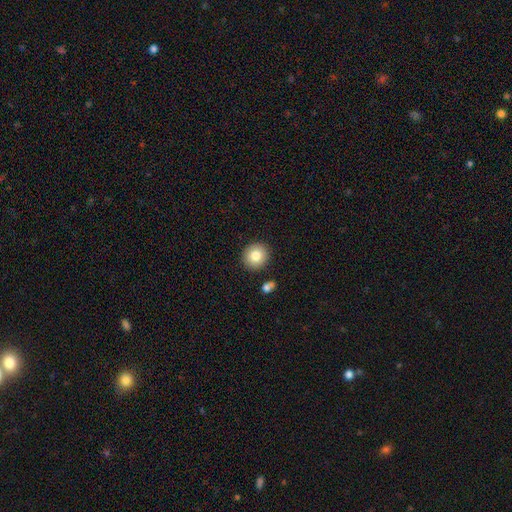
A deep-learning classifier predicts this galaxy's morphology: This is clearly a smooth galaxy (81%). How rounded: clearly round (89%). Merging: clearly none (88%).